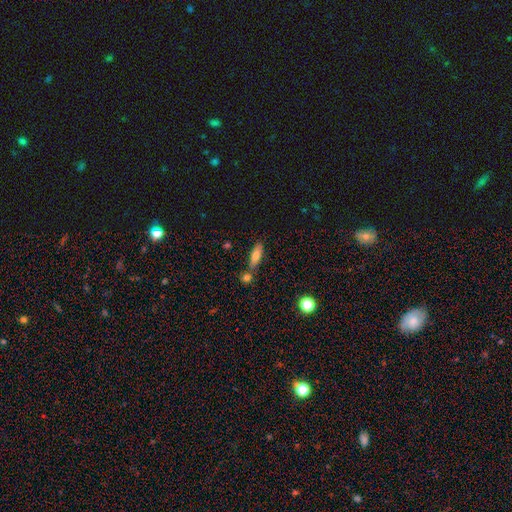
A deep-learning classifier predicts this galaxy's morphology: Smooth or featured? smooth (73%)
How rounded? in between (53%)
Merging? none (62%)